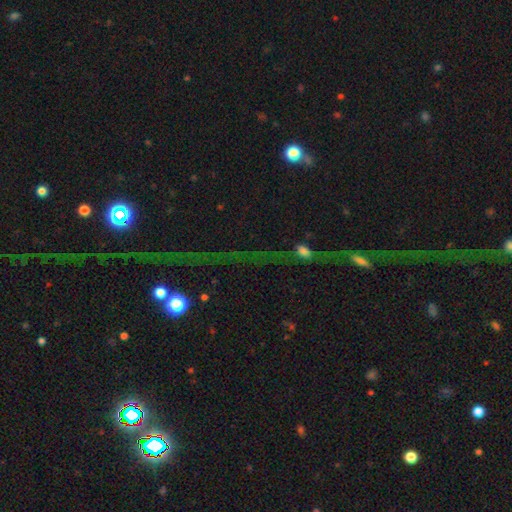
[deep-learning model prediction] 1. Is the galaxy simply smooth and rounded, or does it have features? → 69% star or artifact, 16% featured or disk, 15% smooth.